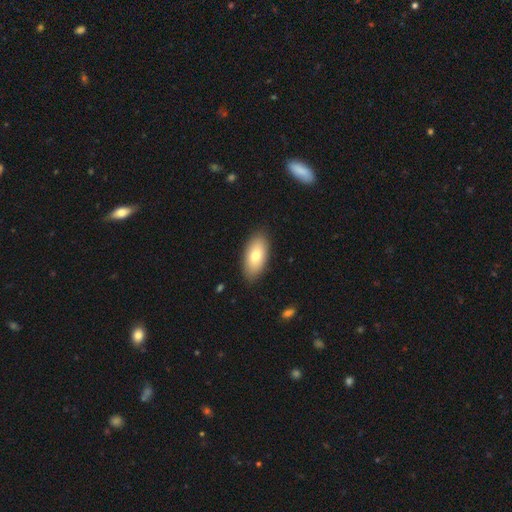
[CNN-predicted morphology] Smooth or featured: smooth — 75% (featured or disk — 19%)
How rounded: in between — 92% (cigar-shaped — 5%)
Merging: none — 87% (minor disturbance — 10%)